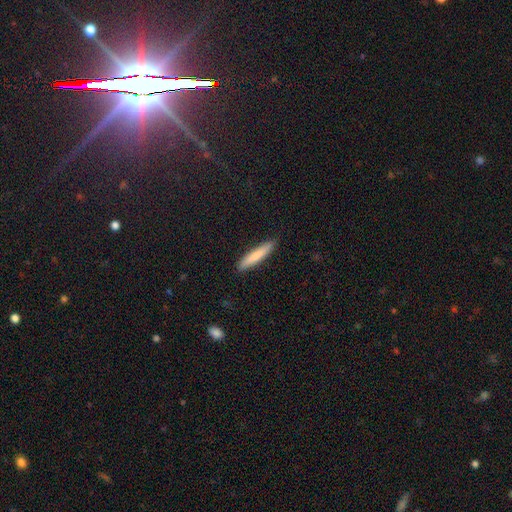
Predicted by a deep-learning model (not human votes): smooth_or_featured: smooth (p=0.78) [alt: featured or disk p=0.16]
how_rounded: cigar-shaped (p=0.89) [alt: in between p=0.09]
merging: none (p=0.88) [alt: minor disturbance p=0.09]